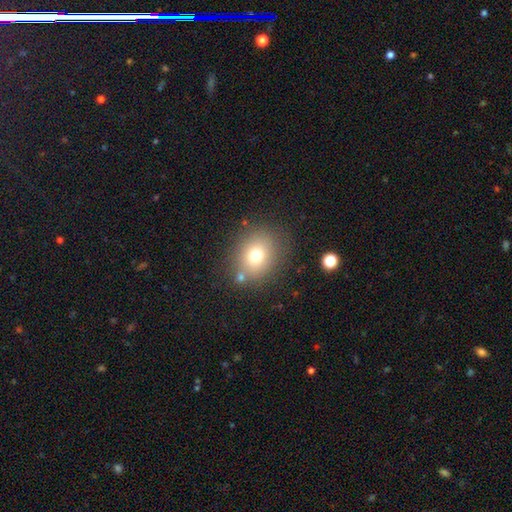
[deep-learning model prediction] Smooth or featured?
  - smooth: 73% *
  - star or artifact: 14%
  - featured or disk: 13%
How rounded?
  - round: 62% *
  - in between: 37%
  - cigar-shaped: 1%
Merging?
  - none: 77% *
  - minor disturbance: 12%
  - merger: 7%
  - major disturbance: 5%